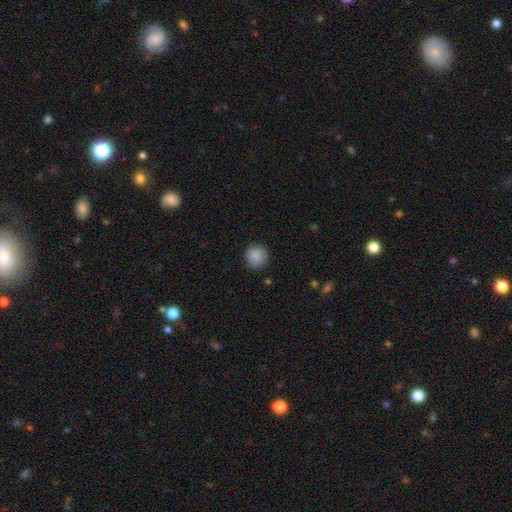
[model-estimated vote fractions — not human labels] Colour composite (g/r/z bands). It shows a smooth galaxy with no disk features (88%) that is round (93%). Merging: none (89%).